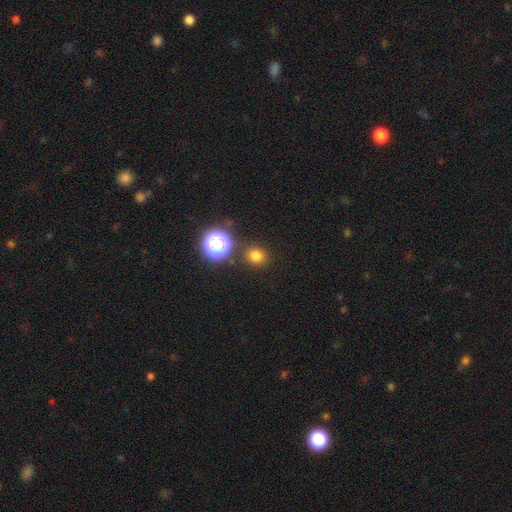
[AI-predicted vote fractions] Smooth or featured? smooth (76%)
How rounded? round (83%)
Merging? none (84%)